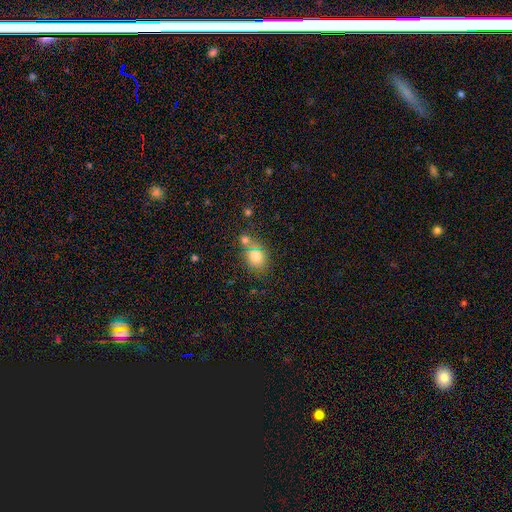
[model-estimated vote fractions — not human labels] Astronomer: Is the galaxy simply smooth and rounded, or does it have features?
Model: smooth — 78%.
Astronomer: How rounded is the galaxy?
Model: round — 56% (runner-up: in between, 43%).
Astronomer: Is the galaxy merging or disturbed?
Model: none — 59%.